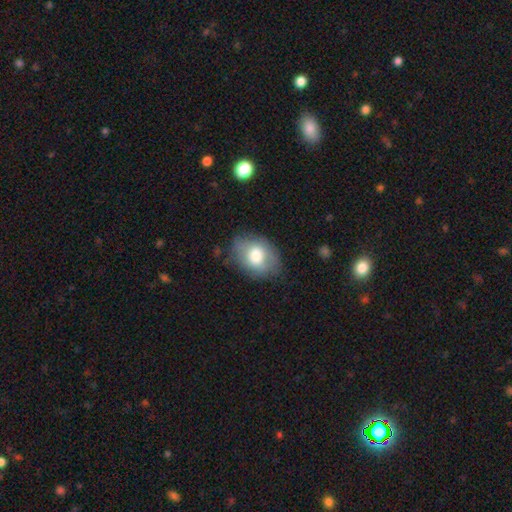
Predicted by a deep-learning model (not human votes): smooth 70%, featured or disk 22%, star or artifact 7%. Down the decision tree: how rounded — in between (73%); merging — none (70%).